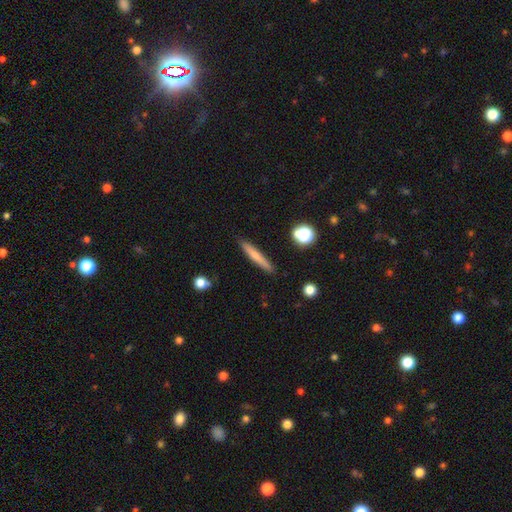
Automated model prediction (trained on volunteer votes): Smooth or featured?
  - smooth: 67% *
  - featured or disk: 26%
  - star or artifact: 7%
How rounded?
  - cigar-shaped: 94% *
  - in between: 4%
  - round: 2%
Merging?
  - none: 89% *
  - minor disturbance: 8%
  - major disturbance: 2%
  - merger: 2%